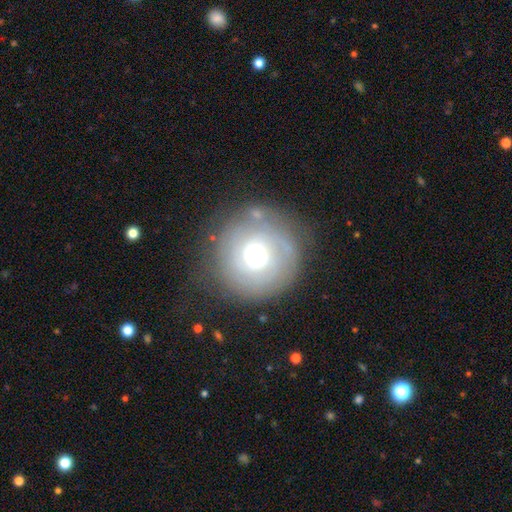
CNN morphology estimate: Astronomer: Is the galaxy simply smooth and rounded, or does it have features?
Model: featured or disk — 56% (runner-up: smooth, 35%).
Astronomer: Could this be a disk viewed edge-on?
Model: no — 97%.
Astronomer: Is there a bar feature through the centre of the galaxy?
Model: no — 80%.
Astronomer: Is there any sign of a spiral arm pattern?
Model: yes — 74%.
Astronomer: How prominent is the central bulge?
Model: moderate — 61%.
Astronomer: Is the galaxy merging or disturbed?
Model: none — 78%.